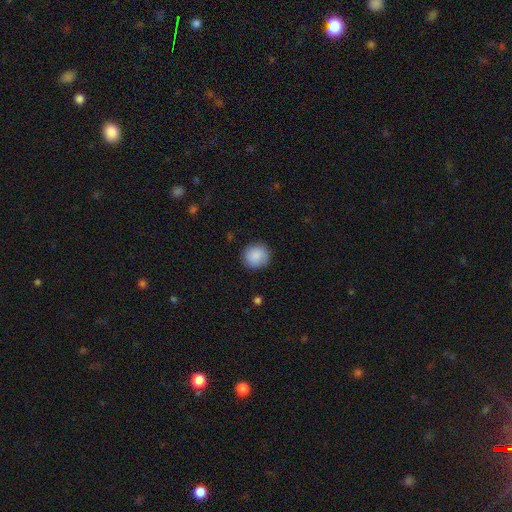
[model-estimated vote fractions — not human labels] Smooth or featured? Predicted: smooth (p=0.89). How rounded? Predicted: round (p=0.90). Merging? Predicted: none (p=0.88).